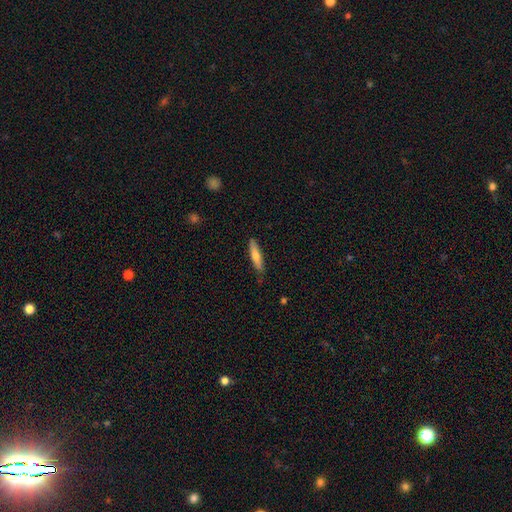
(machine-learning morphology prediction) smooth_or_featured: smooth (p=0.59) [alt: featured or disk p=0.35]
how_rounded: cigar-shaped (p=0.87) [alt: in between p=0.12]
merging: none (p=0.84) [alt: minor disturbance p=0.13]